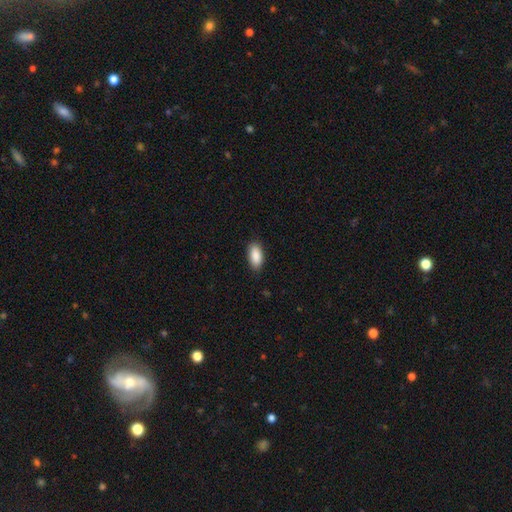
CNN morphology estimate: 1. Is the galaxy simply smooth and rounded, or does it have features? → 89% smooth, 6% star or artifact, 5% featured or disk.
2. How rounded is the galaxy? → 91% in between, 6% cigar-shaped, 2% round.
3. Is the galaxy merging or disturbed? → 86% none, 11% minor disturbance, 2% major disturbance, 1% merger.